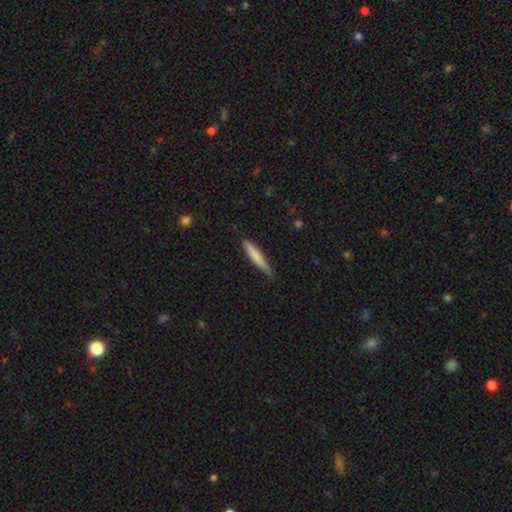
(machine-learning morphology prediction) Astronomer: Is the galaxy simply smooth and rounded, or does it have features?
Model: smooth — 73%.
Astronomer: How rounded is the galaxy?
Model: cigar-shaped — 92%.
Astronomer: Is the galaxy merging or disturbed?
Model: none — 79%.